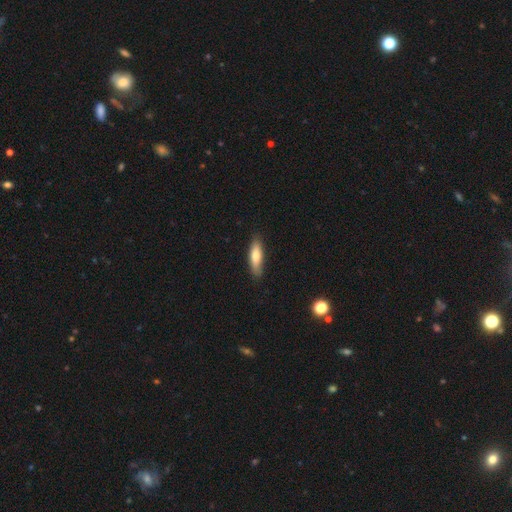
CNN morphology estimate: Smooth or featured?
  - smooth: 75% *
  - featured or disk: 19%
  - star or artifact: 6%
How rounded?
  - cigar-shaped: 56% *
  - in between: 42%
  - round: 2%
Merging?
  - none: 83% *
  - minor disturbance: 13%
  - major disturbance: 2%
  - merger: 1%